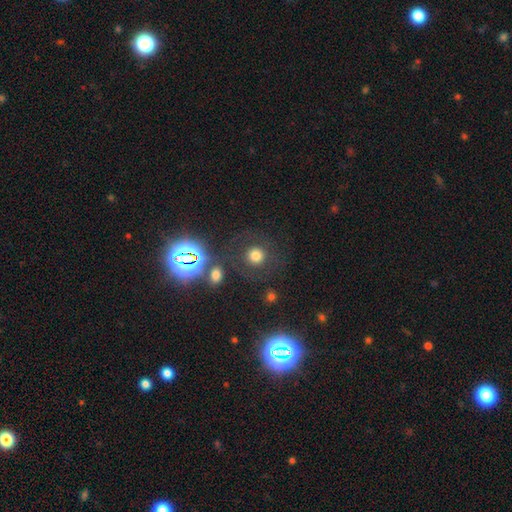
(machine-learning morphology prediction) smooth 68%, star or artifact 19%, featured or disk 12%. Down the decision tree: how rounded — round (92%); merging — none (76%).